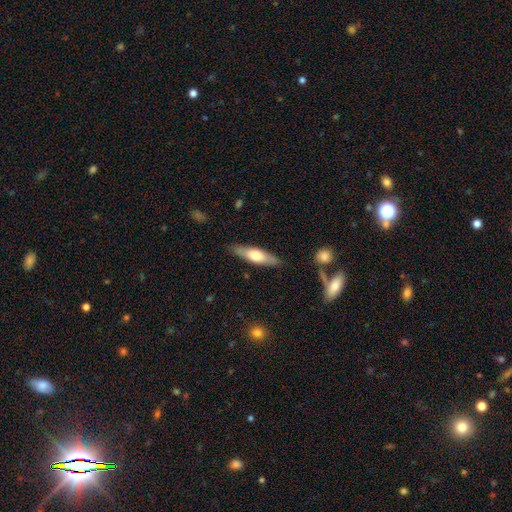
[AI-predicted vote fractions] This appears to be a smooth galaxy with no disk features (54%) that is cigar-shaped (62%). Merging: none (85%).